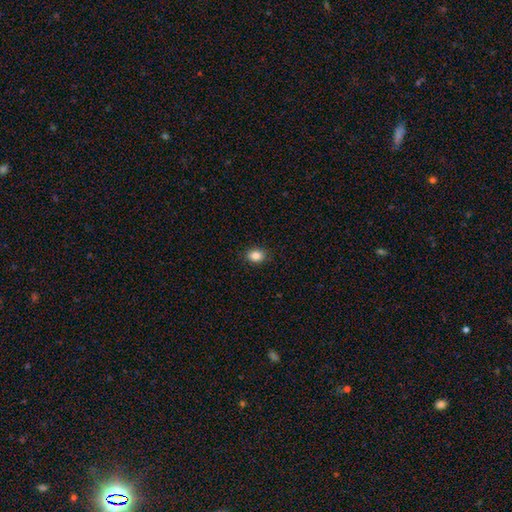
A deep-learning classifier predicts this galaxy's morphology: This appears to be a smooth galaxy with no disk features (86%) that is in between round and cigar-shaped (63%). Merging: none (89%).